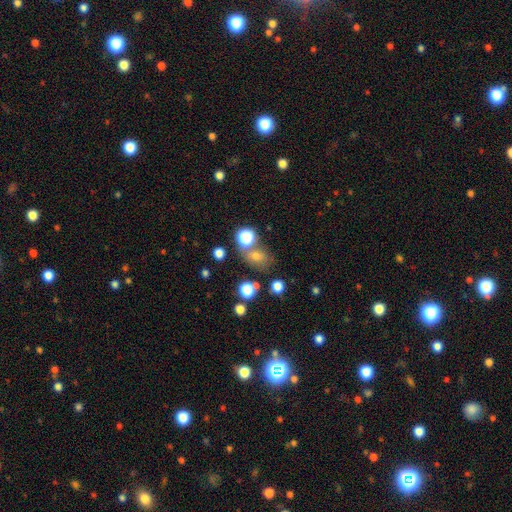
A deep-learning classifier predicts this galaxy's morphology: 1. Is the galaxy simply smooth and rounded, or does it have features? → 60% smooth, 26% star or artifact, 14% featured or disk.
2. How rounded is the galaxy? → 52% in between, 46% round, 2% cigar-shaped.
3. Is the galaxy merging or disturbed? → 64% none, 17% merger, 13% minor disturbance, 6% major disturbance.